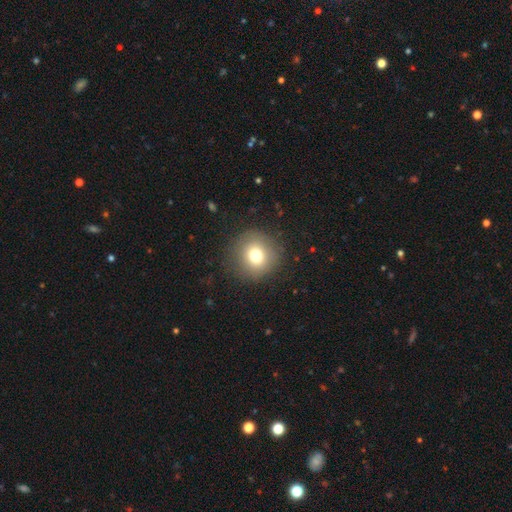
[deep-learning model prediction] A smooth galaxy with no disk features (75%) that is round (93%).

Vote fractions:
- Smooth or featured? smooth: 75% / featured or disk: 13% / star or artifact: 12%
- How rounded? round: 93% / in between: 6% / cigar-shaped: 1%
- Merging? none: 87% / minor disturbance: 8% / major disturbance: 4% / merger: 1%